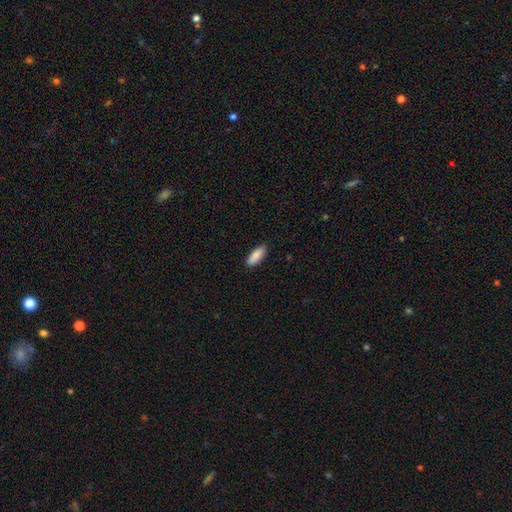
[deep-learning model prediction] A smooth galaxy with no disk features (89%) that is in between round and cigar-shaped (75%). Merging: none (85%).